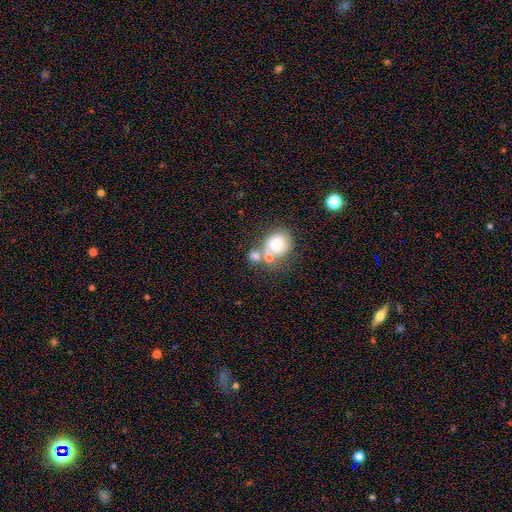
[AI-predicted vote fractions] The model was most divided on "merging": merger: 48%, none: 32%, minor disturbance: 12%, major disturbance: 9%. More confident: smooth or featured — smooth (65%); how rounded — round (62%).